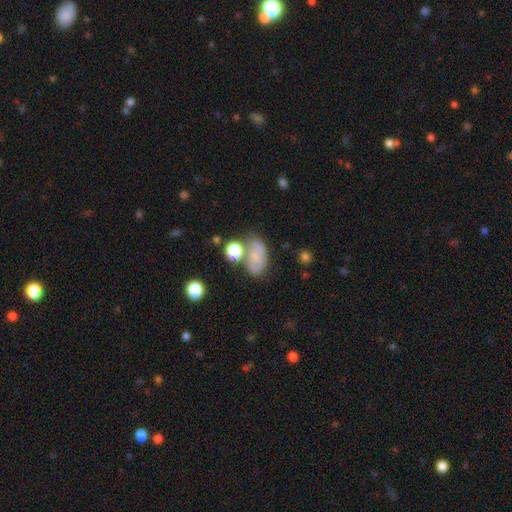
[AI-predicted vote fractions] Q: Smooth or featured?
A: smooth (62%); runner-up: featured or disk (25%)
Q: How rounded?
A: in between (83%); runner-up: round (14%)
Q: Merging?
A: none (45%); runner-up: minor disturbance (23%)